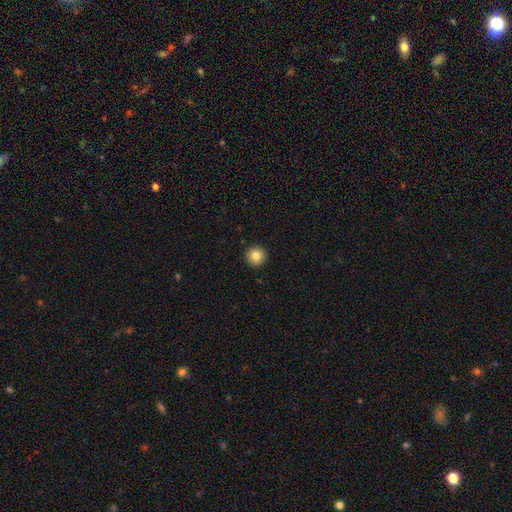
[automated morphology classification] This appears to be a smooth galaxy with no disk features (83%) that is round (96%). Merging: none (93%).